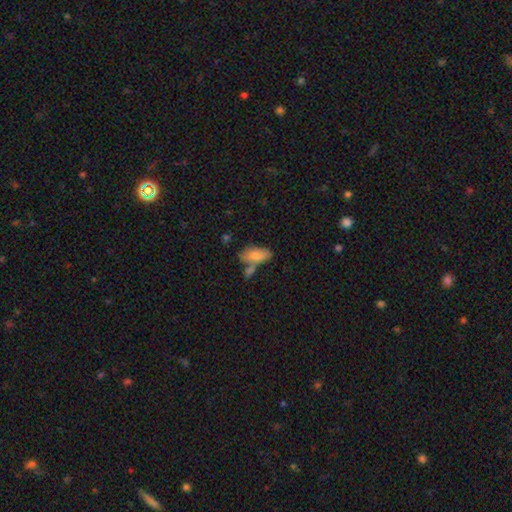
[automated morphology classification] Q: Smooth or featured?
A: smooth (80%); runner-up: featured or disk (13%)
Q: How rounded?
A: in between (88%); runner-up: cigar-shaped (10%)
Q: Merging?
A: none (45%); runner-up: merger (30%)